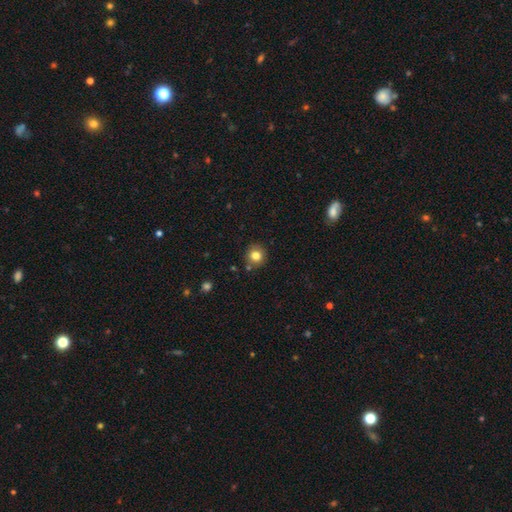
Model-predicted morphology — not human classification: smooth-or-featured: smooth: 81% | star or artifact: 12% | featured or disk: 8%
  how-rounded: round: 90% | in between: 9% | cigar-shaped: 1%
  merging: none: 84% | minor disturbance: 9% | merger: 5% | major disturbance: 2%